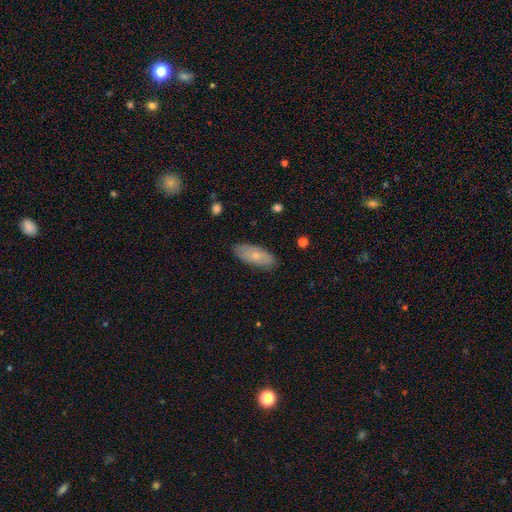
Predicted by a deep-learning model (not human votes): The model was most divided on "smooth or featured": smooth: 67%, featured or disk: 27%, star or artifact: 6%. More confident: merging — none (82%); how rounded — in between (81%).